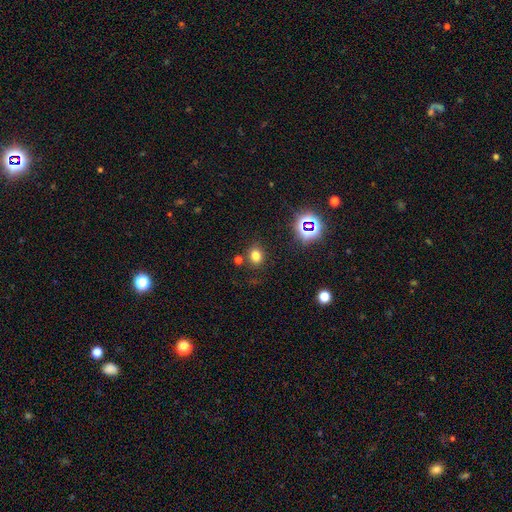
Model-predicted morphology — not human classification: type=smooth (72%); roundness=round (58%); merging=none (79%).